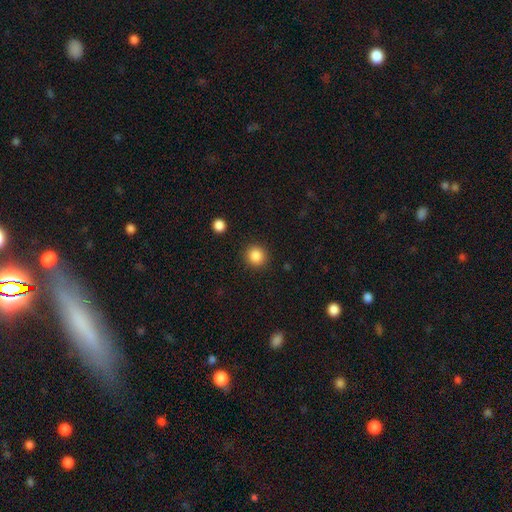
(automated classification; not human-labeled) Overall: smooth (86%). How rounded: round (89%). Merging: none (90%).